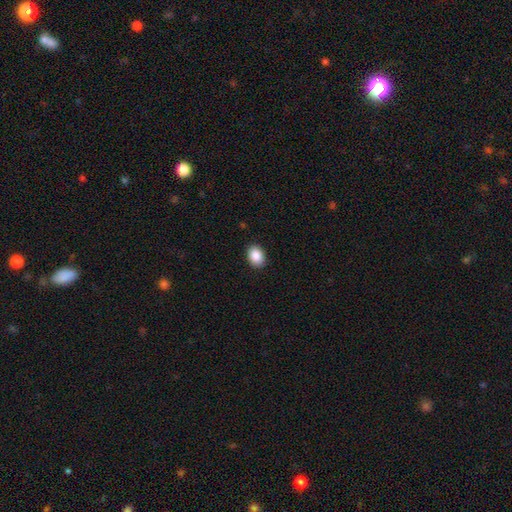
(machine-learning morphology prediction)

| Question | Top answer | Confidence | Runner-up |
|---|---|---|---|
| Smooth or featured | smooth | 89% | star or artifact (7%) |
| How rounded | in between | 73% | round (26%) |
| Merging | none | 90% | minor disturbance (7%) |